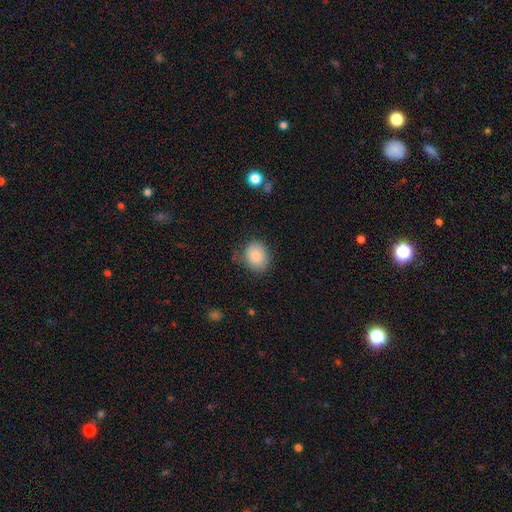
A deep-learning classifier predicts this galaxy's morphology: Overall: smooth (86%). How rounded: round (57%; in between 42%). Merging: none (74%).